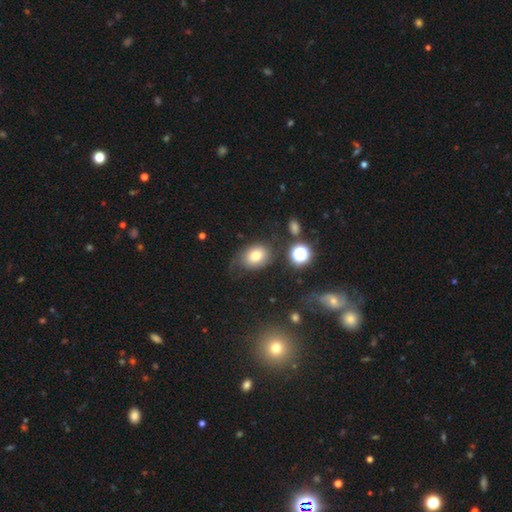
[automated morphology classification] Smooth or featured? Predicted: smooth (p=0.71). How rounded? Predicted: in between (p=0.66). Merging? Predicted: none (p=0.55).